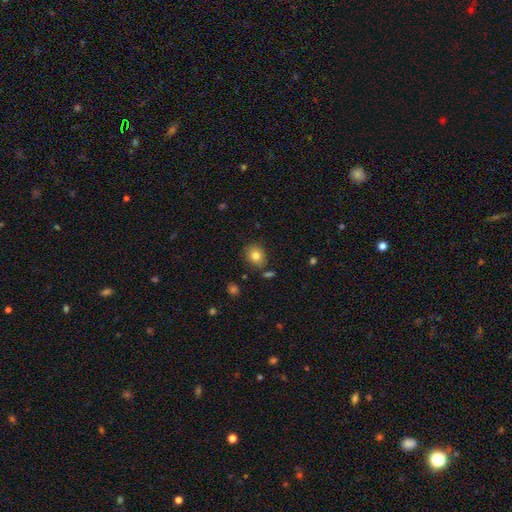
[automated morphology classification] smooth-or-featured: smooth: 81% | star or artifact: 10% | featured or disk: 8%
  how-rounded: round: 63% | in between: 36% | cigar-shaped: 1%
  merging: none: 81% | minor disturbance: 12% | merger: 5% | major disturbance: 3%